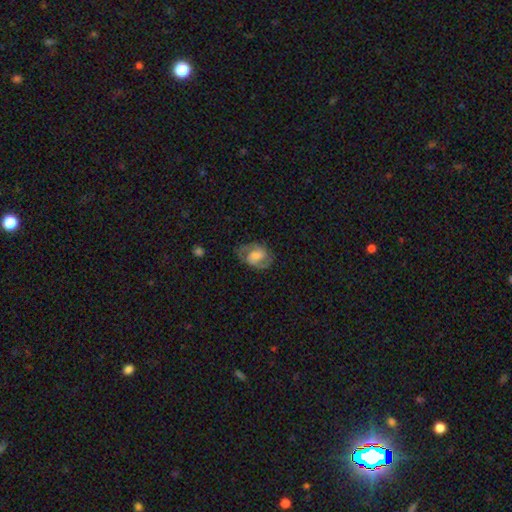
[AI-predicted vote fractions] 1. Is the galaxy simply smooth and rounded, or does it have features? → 72% featured or disk, 21% smooth, 7% star or artifact.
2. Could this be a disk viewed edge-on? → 97% no, 3% yes.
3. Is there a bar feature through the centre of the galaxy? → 44% weak, 41% no, 14% strong.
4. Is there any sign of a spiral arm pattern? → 91% yes, 9% no.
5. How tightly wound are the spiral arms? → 53% medium, 31% tight, 16% loose.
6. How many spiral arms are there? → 87% 2, 7% can't tell, 3% 1, 2% 3, 1% 4, 1% more than 4.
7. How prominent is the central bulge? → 39% moderate, 29% small, 18% large, 11% none, 2% dominant.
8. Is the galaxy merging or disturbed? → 73% none, 17% minor disturbance, 9% major disturbance, 1% merger.